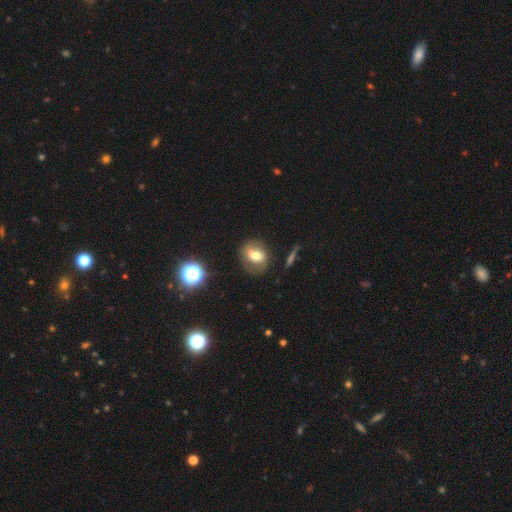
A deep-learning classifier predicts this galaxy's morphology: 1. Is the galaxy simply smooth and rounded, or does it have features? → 60% smooth, 29% featured or disk, 11% star or artifact.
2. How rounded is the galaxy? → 53% round, 45% in between, 2% cigar-shaped.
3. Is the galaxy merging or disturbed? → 75% none, 17% minor disturbance, 6% major disturbance, 2% merger.